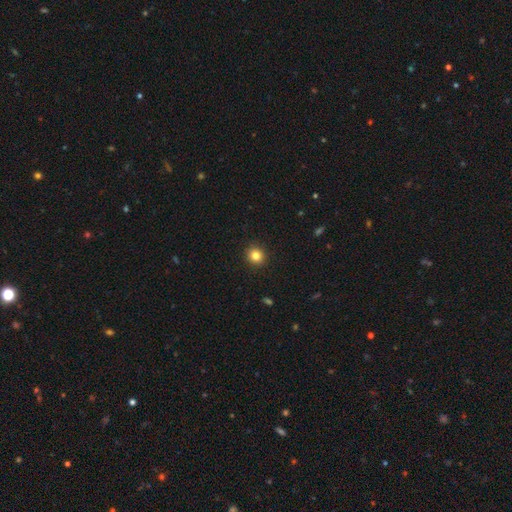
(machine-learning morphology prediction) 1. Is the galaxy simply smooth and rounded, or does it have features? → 84% smooth, 11% star or artifact, 5% featured or disk.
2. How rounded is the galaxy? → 87% round, 12% in between, 1% cigar-shaped.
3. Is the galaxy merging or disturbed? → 92% none, 5% minor disturbance, 2% major disturbance, 1% merger.